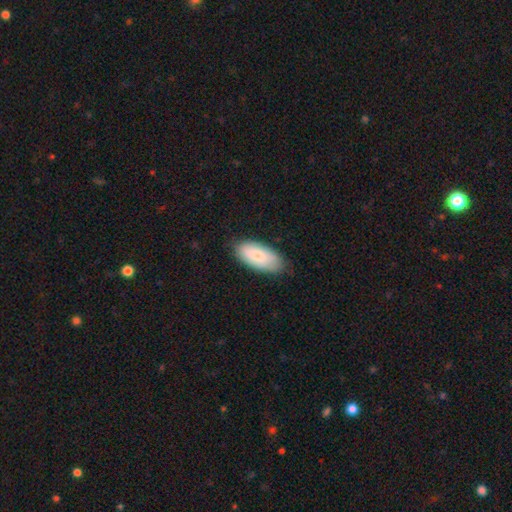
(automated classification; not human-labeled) This is likely a smooth galaxy (77%). How rounded: clearly in between (91%). Merging: clearly none (81%).